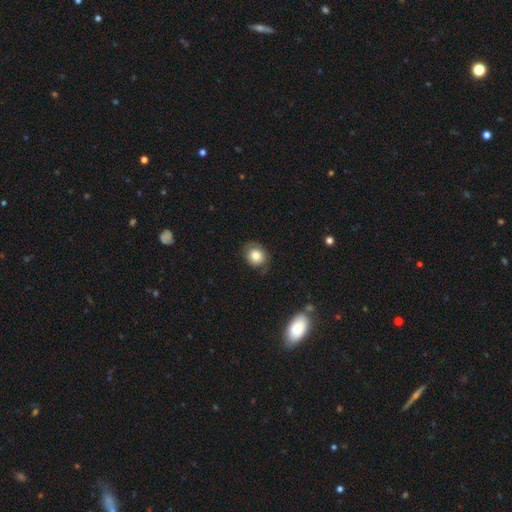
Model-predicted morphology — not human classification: Smooth or featured? smooth (78%)
How rounded? round (67%)
Merging? none (70%)